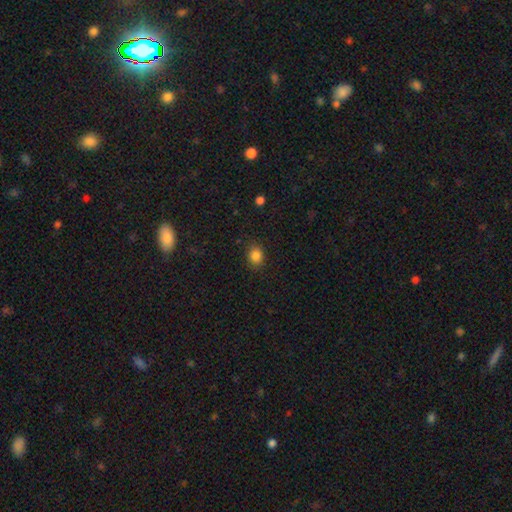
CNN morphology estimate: Smooth or featured: smooth — 84% (star or artifact — 12%)
How rounded: round — 58% (in between — 41%)
Merging: none — 85% (minor disturbance — 11%)